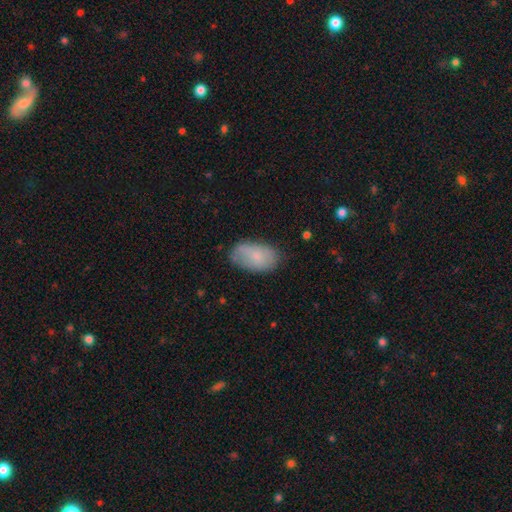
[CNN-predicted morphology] Overall: smooth (77%). How rounded: in between (94%). Merging: none (69%).